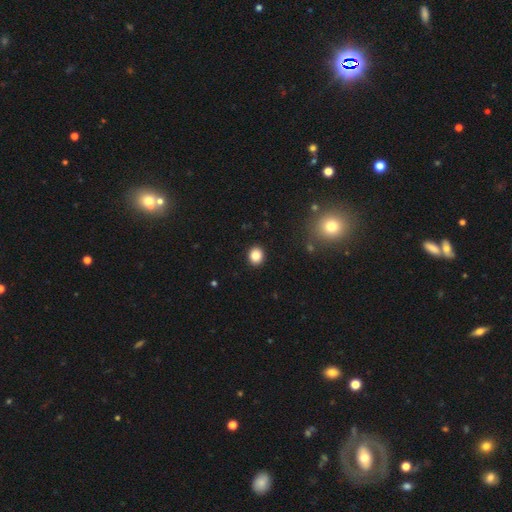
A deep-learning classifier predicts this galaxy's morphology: Smooth or featured? smooth (85%)
How rounded? round (76%)
Merging? none (92%)